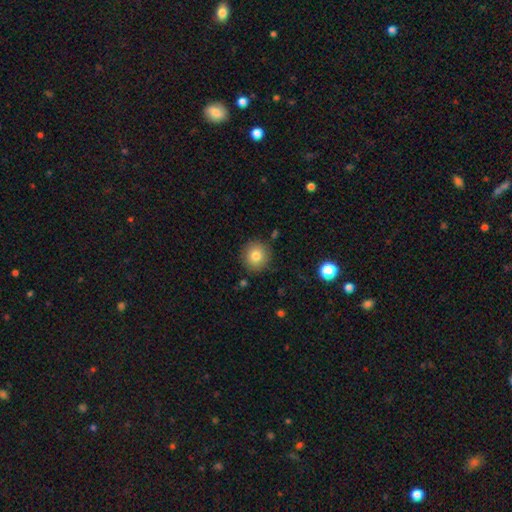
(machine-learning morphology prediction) Smooth or featured? smooth (82%)
How rounded? round (92%)
Merging? none (88%)